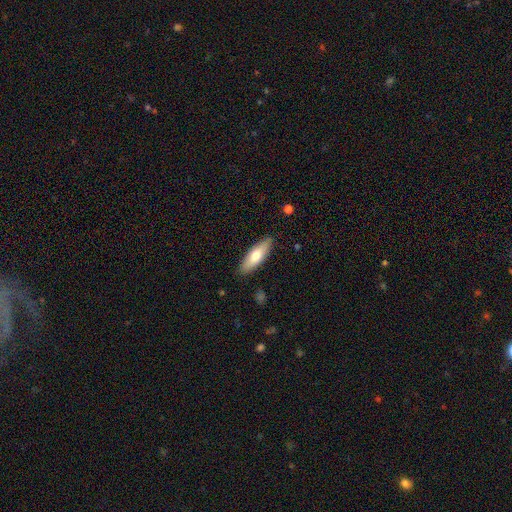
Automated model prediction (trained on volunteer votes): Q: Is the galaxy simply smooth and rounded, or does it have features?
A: smooth — 70%.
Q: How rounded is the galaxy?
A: in between — 57%.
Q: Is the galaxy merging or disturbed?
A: none — 87%.